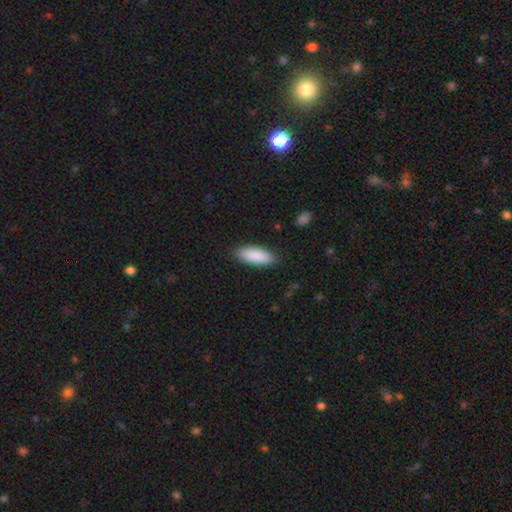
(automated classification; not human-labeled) Q: Smooth or featured?
A: smooth (90%); runner-up: star or artifact (5%)
Q: How rounded?
A: in between (73%); runner-up: cigar-shaped (26%)
Q: Merging?
A: none (87%); runner-up: minor disturbance (9%)